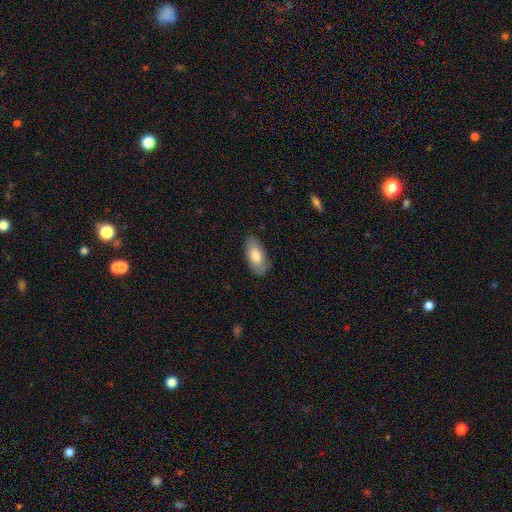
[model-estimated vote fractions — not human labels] Morphology: type=smooth (77%); roundness=in between (91%); merging=none (80%).